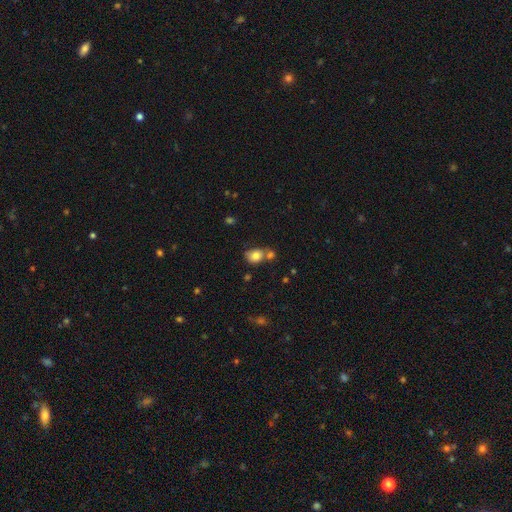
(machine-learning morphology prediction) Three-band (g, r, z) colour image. It shows a smooth galaxy with no disk features (79%) that is in between round and cigar-shaped (57%). Merging: none (47%).